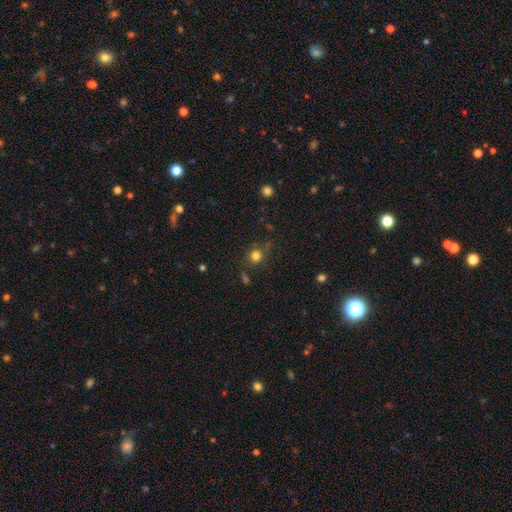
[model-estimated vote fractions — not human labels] This is likely a smooth galaxy (77%). How rounded: clearly round (87%). Merging: likely none (78%).